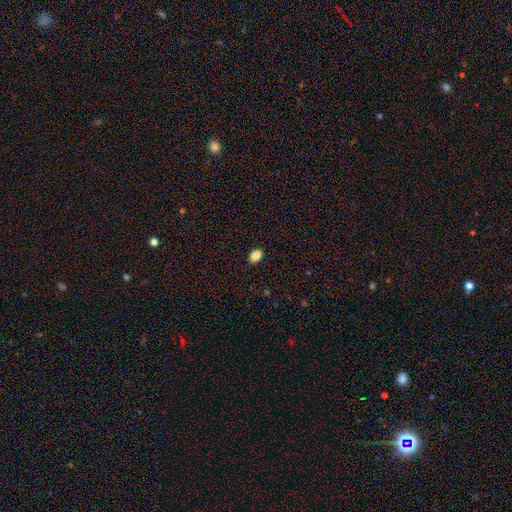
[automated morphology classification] The model was most divided on "how rounded": in between: 84%, round: 15%, cigar-shaped: 1%. More confident: merging — none (89%); smooth or featured — smooth (85%).